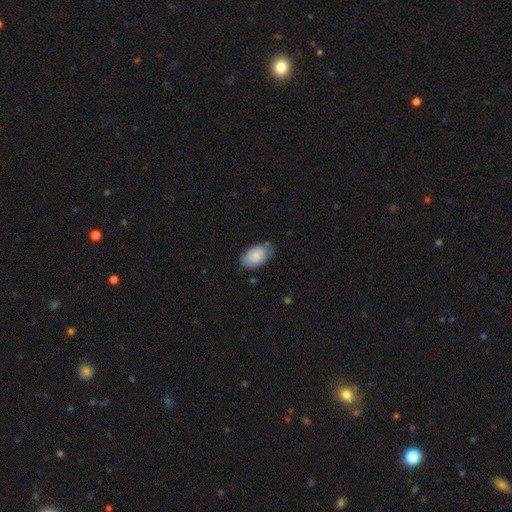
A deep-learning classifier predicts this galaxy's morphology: smooth_or_featured: smooth (p=0.84) [alt: featured or disk p=0.10]
how_rounded: in between (p=0.93) [alt: round p=0.06]
merging: none (p=0.67) [alt: minor disturbance p=0.27]